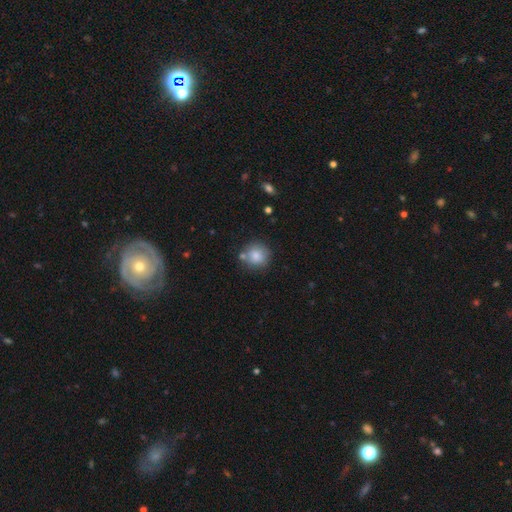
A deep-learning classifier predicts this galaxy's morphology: Overall: smooth (82%). How rounded: round (91%). Merging: none (73%).